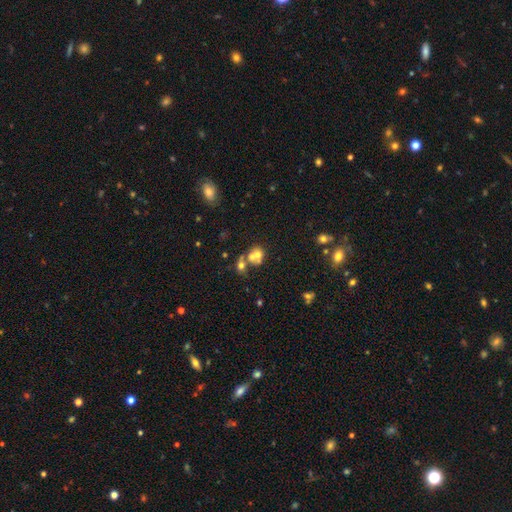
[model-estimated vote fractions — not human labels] This appears to be a smooth galaxy with no disk features (60%) that is round (66%). Merging: merger (59%).